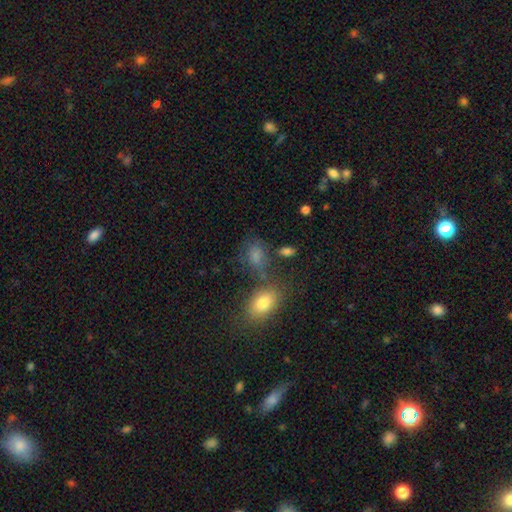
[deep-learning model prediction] This is likely a smooth galaxy (77%). How rounded: likely in between (74%). Merging: possibly none (52%).